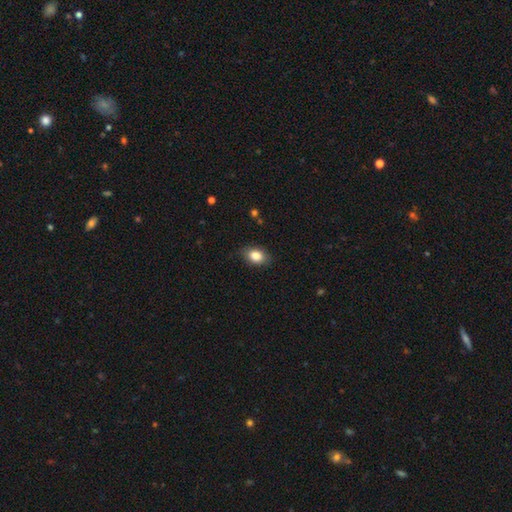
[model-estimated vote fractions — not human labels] Smooth or featured: smooth — 83% (star or artifact — 8%)
How rounded: in between — 81% (round — 18%)
Merging: none — 85% (minor disturbance — 12%)